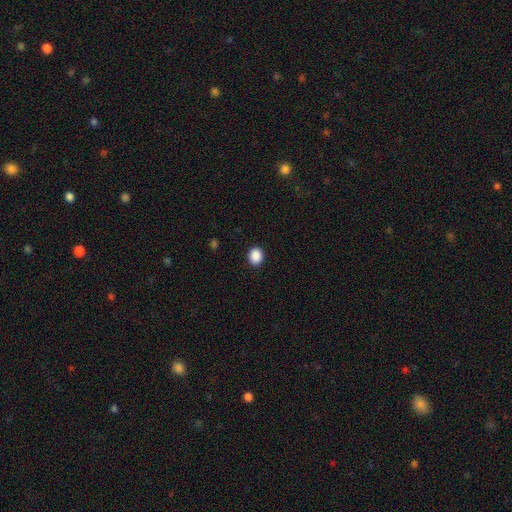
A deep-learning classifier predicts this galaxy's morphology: Q: Smooth or featured?
A: smooth (89%); runner-up: star or artifact (9%)
Q: How rounded?
A: round (65%); runner-up: in between (34%)
Q: Merging?
A: none (91%); runner-up: minor disturbance (6%)